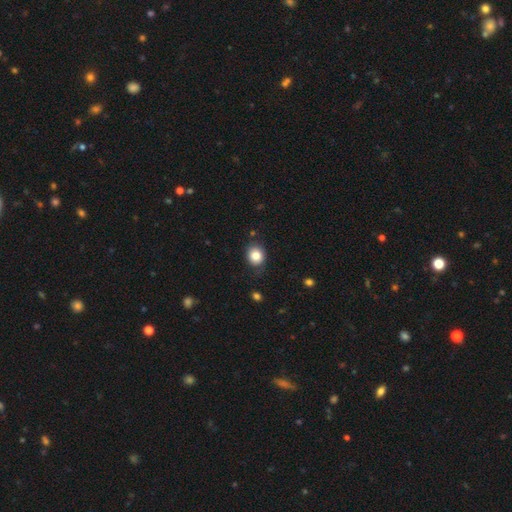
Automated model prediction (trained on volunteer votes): Smooth or featured: smooth — 82% (star or artifact — 10%)
How rounded: round — 62% (in between — 37%)
Merging: none — 78% (minor disturbance — 16%)